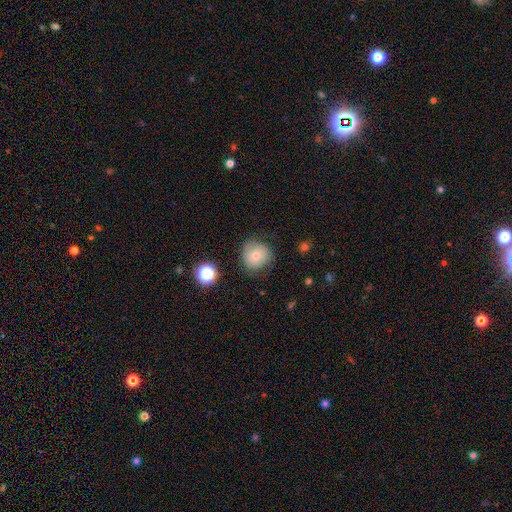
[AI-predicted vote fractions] Smooth or featured: smooth — 65% (featured or disk — 22%)
How rounded: round — 90% (in between — 9%)
Merging: none — 73% (minor disturbance — 19%)